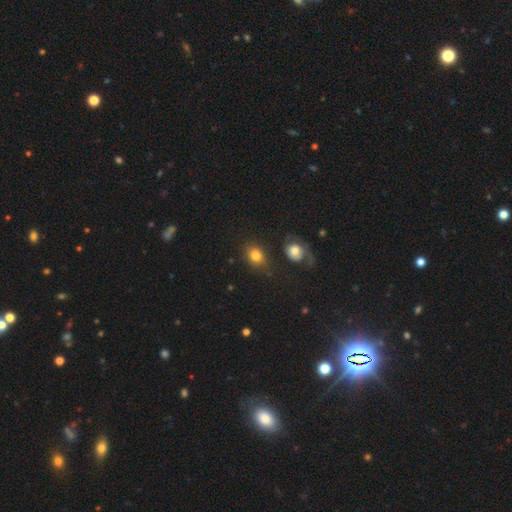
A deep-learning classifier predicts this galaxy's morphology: Smooth or featured? Predicted: smooth (p=0.80). How rounded? Predicted: in between (p=0.54). Merging? Predicted: none (p=0.68).